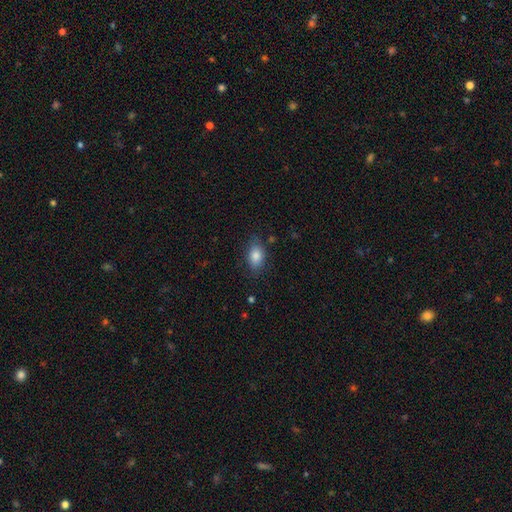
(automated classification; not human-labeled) This appears to be a smooth galaxy with no disk features (84%) that is in between round and cigar-shaped (84%). Merging: none (78%).